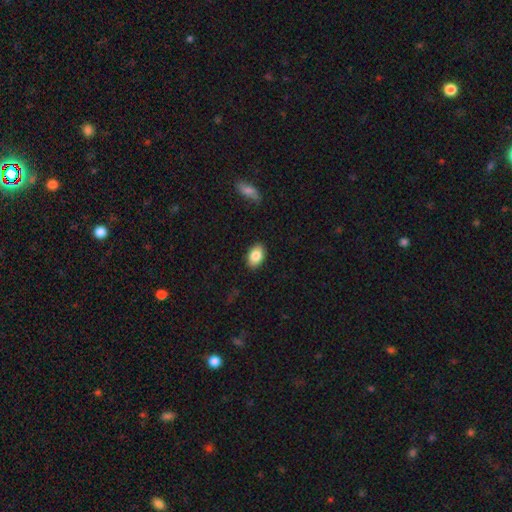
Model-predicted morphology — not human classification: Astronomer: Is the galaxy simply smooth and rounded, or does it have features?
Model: smooth — 85%.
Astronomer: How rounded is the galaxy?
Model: in between — 90%.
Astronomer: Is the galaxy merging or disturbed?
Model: none — 88%.